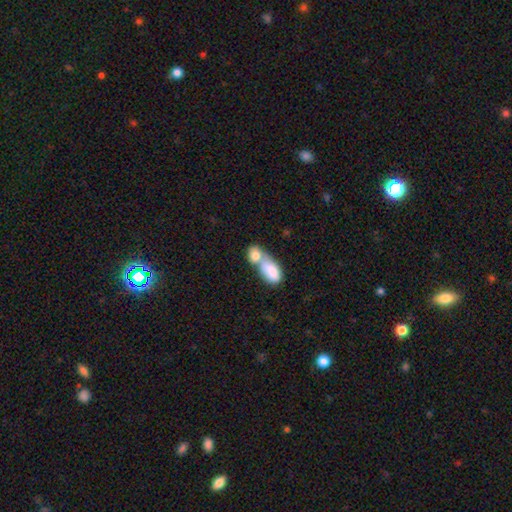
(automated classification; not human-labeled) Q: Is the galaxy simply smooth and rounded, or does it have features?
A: smooth — 79%.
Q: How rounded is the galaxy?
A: in between — 79%.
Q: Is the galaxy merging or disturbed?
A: merger — 77%.